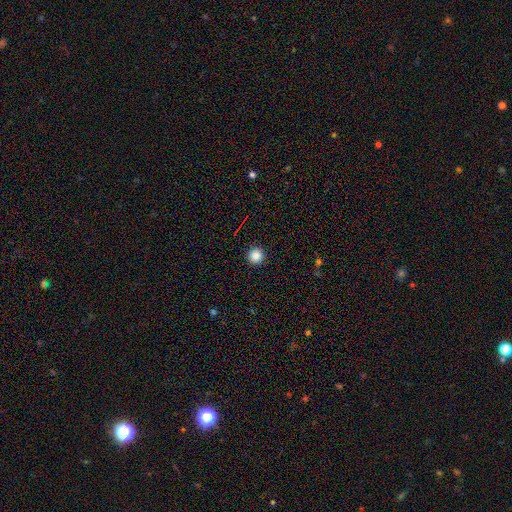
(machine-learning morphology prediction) Smooth or featured? smooth (86%)
How rounded? round (96%)
Merging? none (93%)